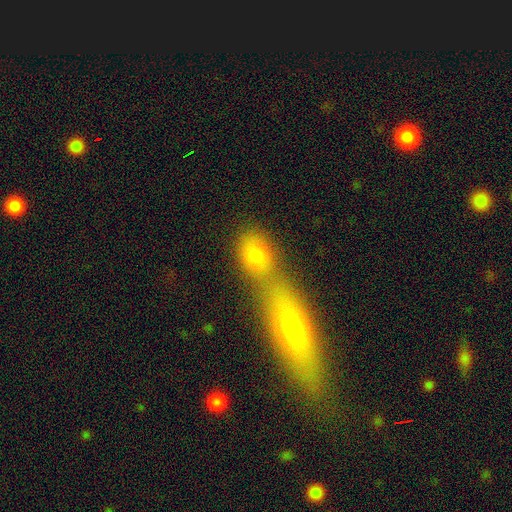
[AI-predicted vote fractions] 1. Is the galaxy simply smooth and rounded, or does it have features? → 74% smooth, 14% featured or disk, 12% star or artifact.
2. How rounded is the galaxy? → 67% in between, 26% round, 7% cigar-shaped.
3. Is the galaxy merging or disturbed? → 54% merger, 32% none, 8% minor disturbance, 6% major disturbance.